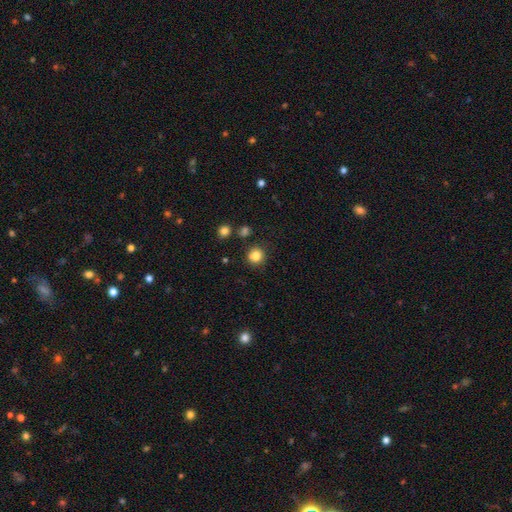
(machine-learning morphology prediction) Overall: smooth (83%). How rounded: round (92%). Merging: none (85%).